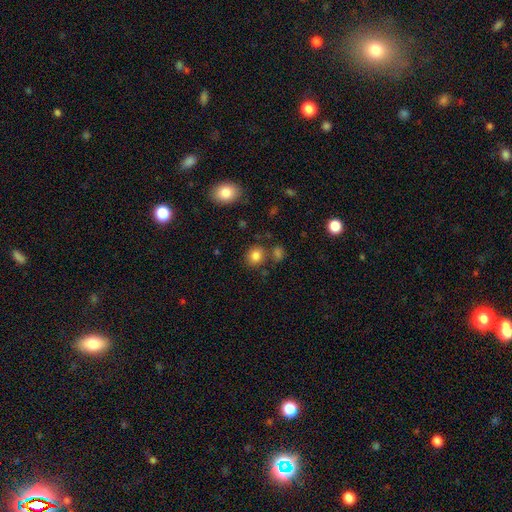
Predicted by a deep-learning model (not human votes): This appears to be a smooth galaxy with no disk features (83%) that is round (77%). Merging: none (75%).